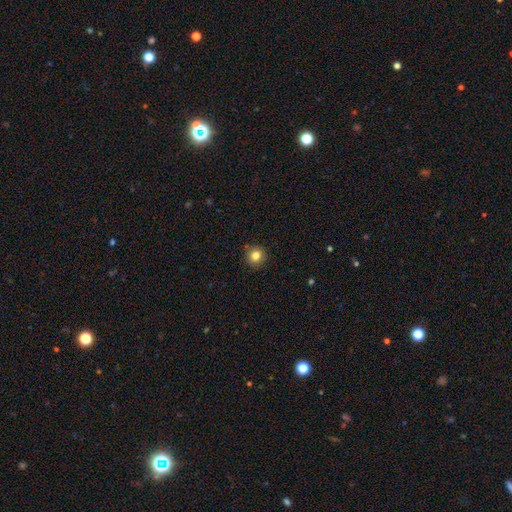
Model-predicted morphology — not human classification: Overall: smooth (83%). How rounded: round (92%). Merging: none (89%).